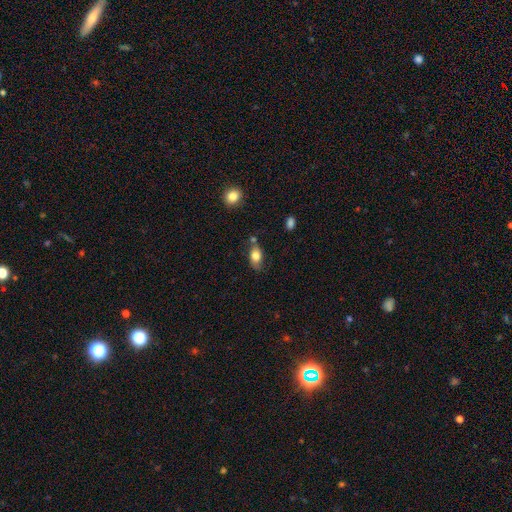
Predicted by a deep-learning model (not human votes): Morphology: type=smooth (76%); roundness=in between (82%); merging=none (61%).